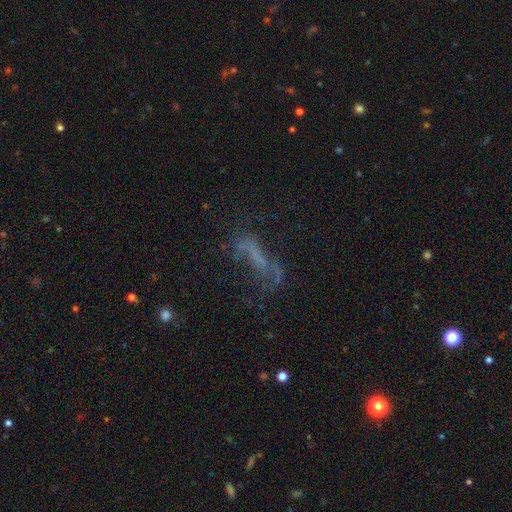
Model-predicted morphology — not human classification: featured or disk 44%, smooth 30%, star or artifact 26%. Down the decision tree: merging — none (41%).